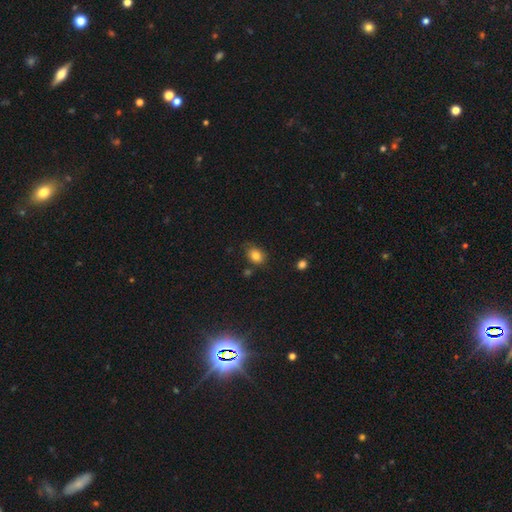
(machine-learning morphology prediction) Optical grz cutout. It shows a smooth galaxy with no disk features (81%) that is in between round and cigar-shaped (67%). Merging: none (67%).